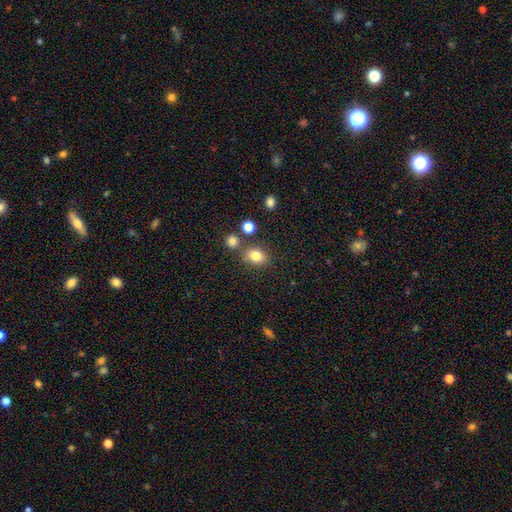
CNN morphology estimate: Smooth or featured?
  - smooth: 81% *
  - star or artifact: 12%
  - featured or disk: 7%
How rounded?
  - in between: 57% *
  - round: 42%
  - cigar-shaped: 1%
Merging?
  - none: 72% *
  - merger: 12%
  - minor disturbance: 12%
  - major disturbance: 4%